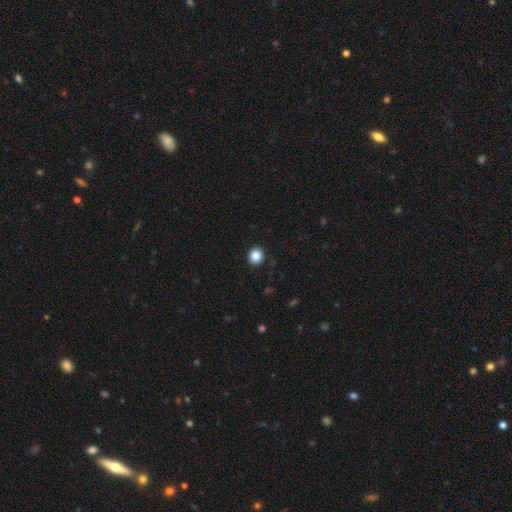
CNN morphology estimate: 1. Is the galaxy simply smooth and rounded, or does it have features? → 87% smooth, 10% star or artifact, 3% featured or disk.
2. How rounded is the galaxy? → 90% round, 9% in between, 1% cigar-shaped.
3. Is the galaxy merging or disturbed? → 92% none, 6% minor disturbance, 2% major disturbance, 1% merger.